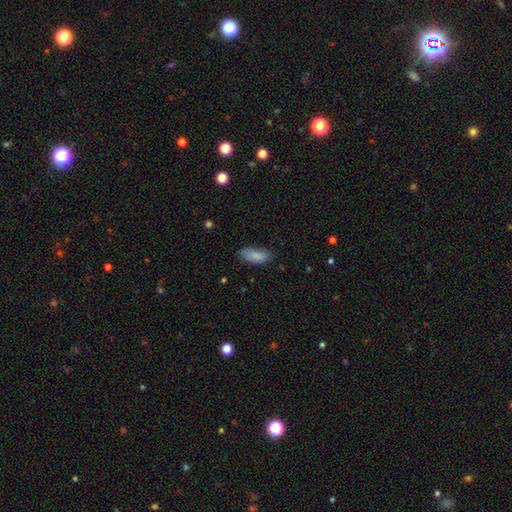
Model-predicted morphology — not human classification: smooth 87%, featured or disk 7%, star or artifact 7%. Down the decision tree: how rounded — in between (86%); merging — none (76%).